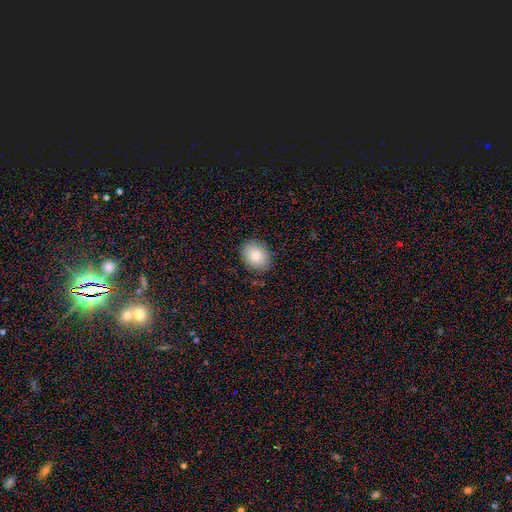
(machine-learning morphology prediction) type=smooth (82%); roundness=in between (56%); merging=none (87%).